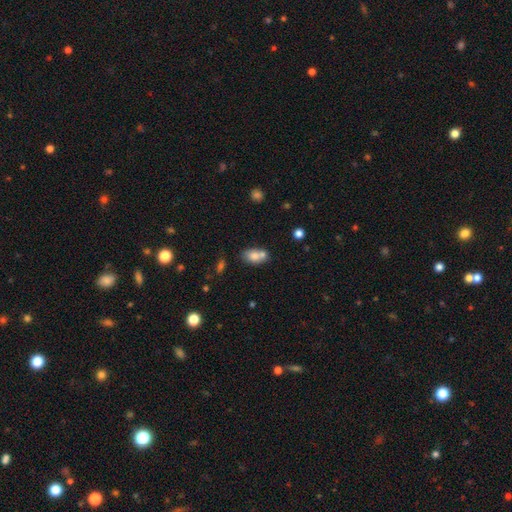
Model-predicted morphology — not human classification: smooth_or_featured: smooth (p=0.75) [alt: featured or disk p=0.15]
how_rounded: in between (p=0.83) [alt: round p=0.14]
merging: none (p=0.43) [alt: merger p=0.40]